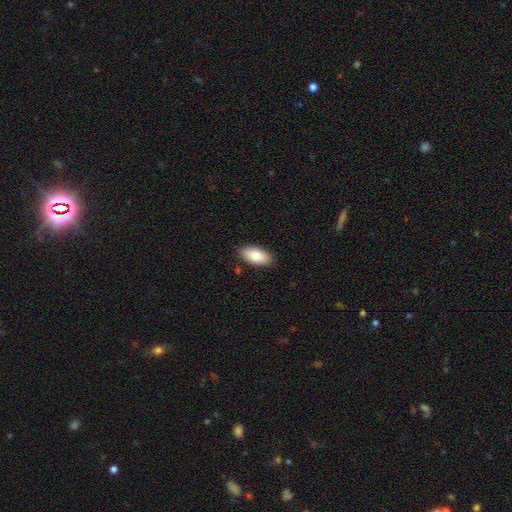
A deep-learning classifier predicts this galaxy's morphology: smooth_or_featured: smooth (p=0.81) [alt: featured or disk p=0.12]
how_rounded: in between (p=0.93) [alt: cigar-shaped p=0.05]
merging: none (p=0.87) [alt: minor disturbance p=0.10]